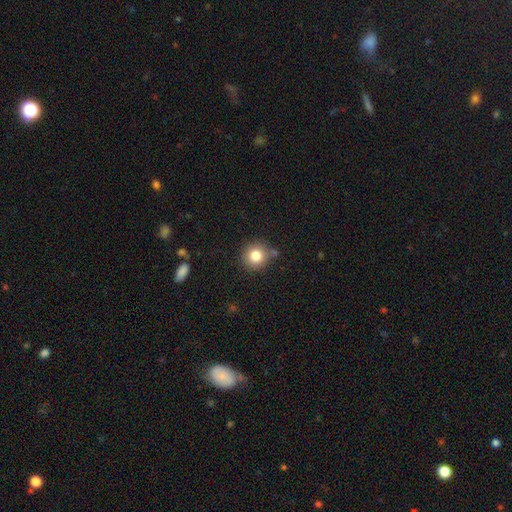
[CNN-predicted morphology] smooth-or-featured: smooth: 81% | star or artifact: 11% | featured or disk: 8%
  how-rounded: round: 92% | in between: 7% | cigar-shaped: 1%
  merging: none: 83% | minor disturbance: 10% | merger: 5% | major disturbance: 3%